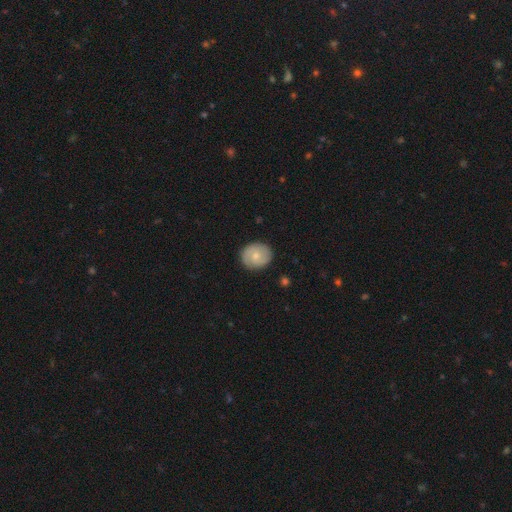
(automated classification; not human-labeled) A smooth galaxy with no disk features (54%) that is round (75%).

Vote fractions:
- Smooth or featured? smooth: 54% / featured or disk: 39% / star or artifact: 7%
- How rounded? round: 75% / in between: 24% / cigar-shaped: 1%
- Merging? none: 86% / minor disturbance: 11% / major disturbance: 2% / merger: 1%